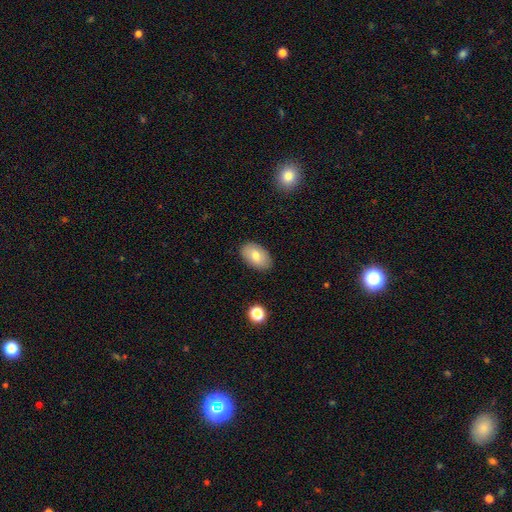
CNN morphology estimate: A smooth galaxy with no disk features (75%) that is in between round and cigar-shaped (92%).

Vote fractions:
- Smooth or featured? smooth: 75% / featured or disk: 17% / star or artifact: 7%
- How rounded? in between: 92% / round: 7% / cigar-shaped: 1%
- Merging? none: 86% / minor disturbance: 10% / major disturbance: 2% / merger: 1%